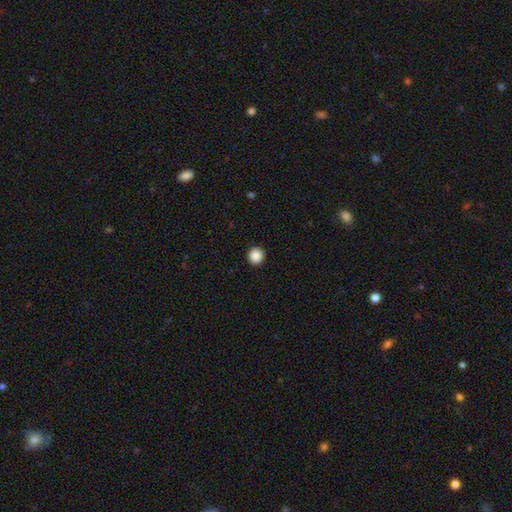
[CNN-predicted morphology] type=smooth (88%); roundness=round (95%); merging=none (93%).